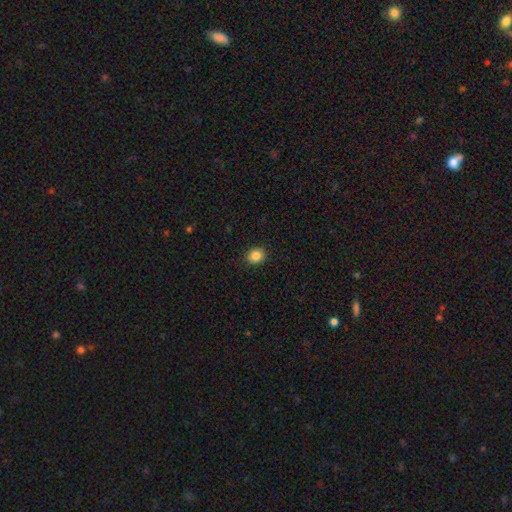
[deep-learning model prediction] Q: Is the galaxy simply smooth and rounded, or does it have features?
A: smooth — 86%.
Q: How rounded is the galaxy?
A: round — 73%.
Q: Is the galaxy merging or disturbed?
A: none — 89%.